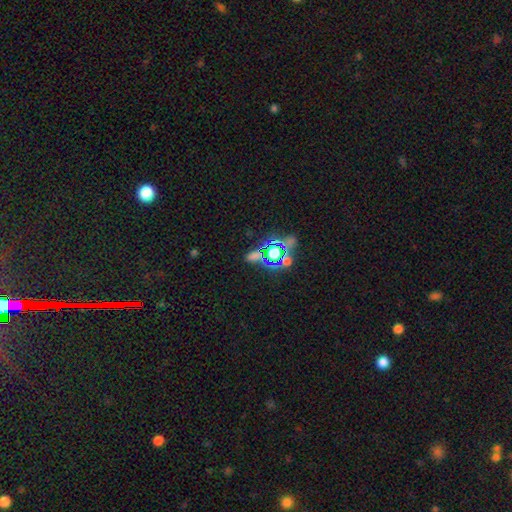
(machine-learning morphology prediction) Smooth or featured? Predicted: star or artifact (p=0.58).